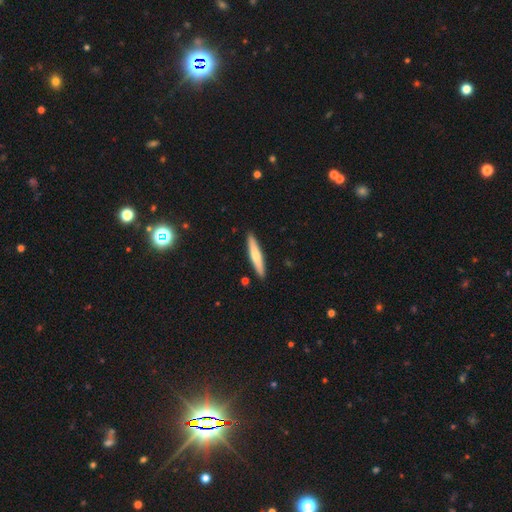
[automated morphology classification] Smooth or featured: smooth — 59% (featured or disk — 36%)
How rounded: cigar-shaped — 91% (in between — 8%)
Merging: none — 90% (minor disturbance — 7%)